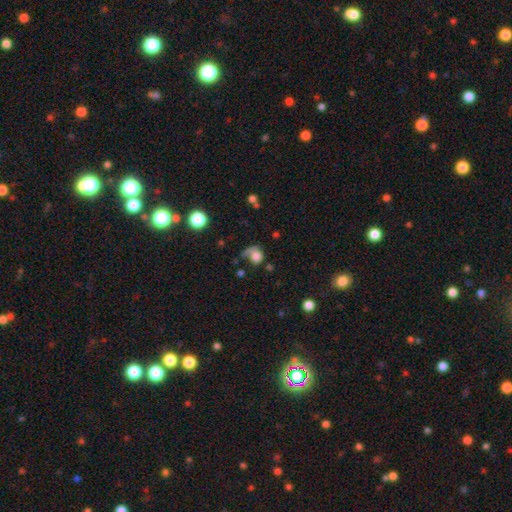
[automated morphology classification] Smooth or featured? Predicted: smooth (p=0.64). How rounded? Predicted: round (p=0.69). Merging? Predicted: major disturbance (p=0.37).